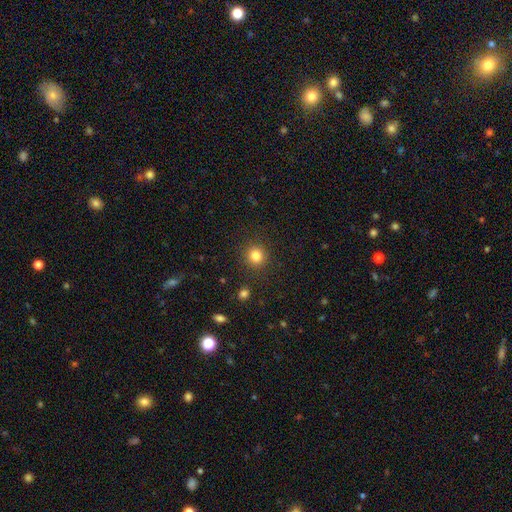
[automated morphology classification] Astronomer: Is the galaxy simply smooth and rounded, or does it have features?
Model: smooth — 83%.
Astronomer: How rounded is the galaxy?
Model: round — 91%.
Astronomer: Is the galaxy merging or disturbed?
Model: none — 89%.